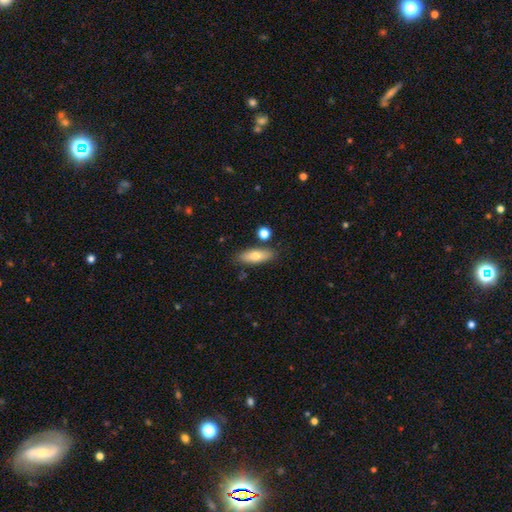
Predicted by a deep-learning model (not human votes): smooth-or-featured: smooth: 71% | featured or disk: 23% | star or artifact: 7%
  how-rounded: in between: 63% | cigar-shaped: 34% | round: 3%
  merging: none: 80% | minor disturbance: 11% | merger: 6% | major disturbance: 3%